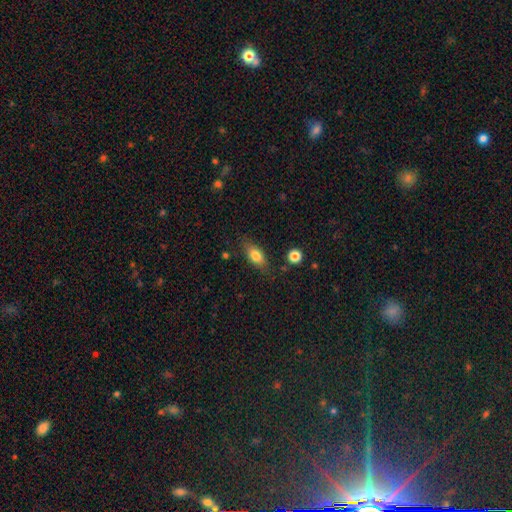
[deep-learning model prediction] This appears to be a smooth galaxy with no disk features (78%) that is in between round and cigar-shaped (81%). Merging: none (77%).